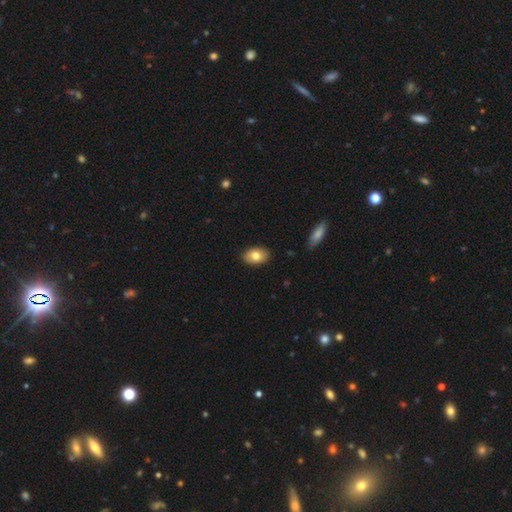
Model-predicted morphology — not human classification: This is likely a smooth galaxy (80%). How rounded: clearly in between (88%). Merging: clearly none (88%).